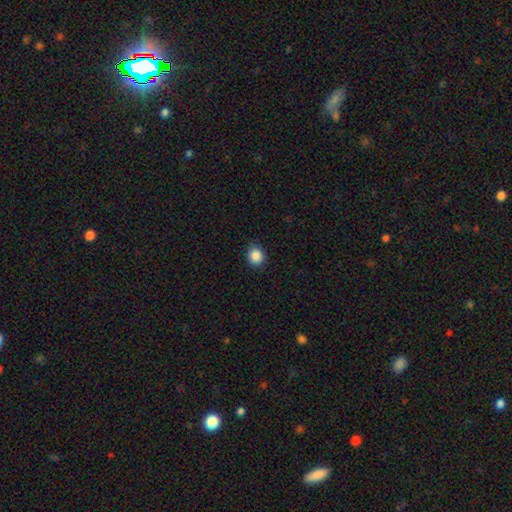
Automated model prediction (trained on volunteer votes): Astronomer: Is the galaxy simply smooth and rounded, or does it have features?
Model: smooth — 88%.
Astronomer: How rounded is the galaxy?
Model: round — 81%.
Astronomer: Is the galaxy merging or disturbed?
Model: none — 89%.